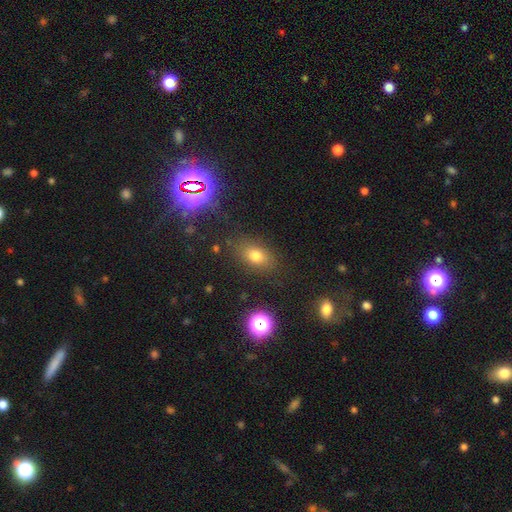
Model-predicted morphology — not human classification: smooth 71%, star or artifact 18%, featured or disk 10%. Down the decision tree: how rounded — in between (75%); merging — none (82%).